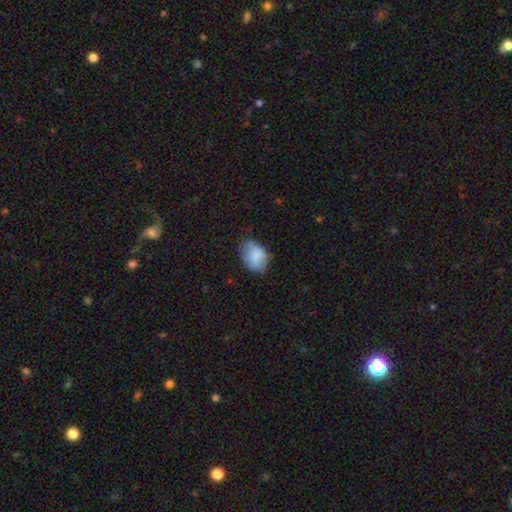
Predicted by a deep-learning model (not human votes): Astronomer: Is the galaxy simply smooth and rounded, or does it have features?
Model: smooth — 81%.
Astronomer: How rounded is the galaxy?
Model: in between — 82%.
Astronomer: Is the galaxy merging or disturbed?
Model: none — 64%.